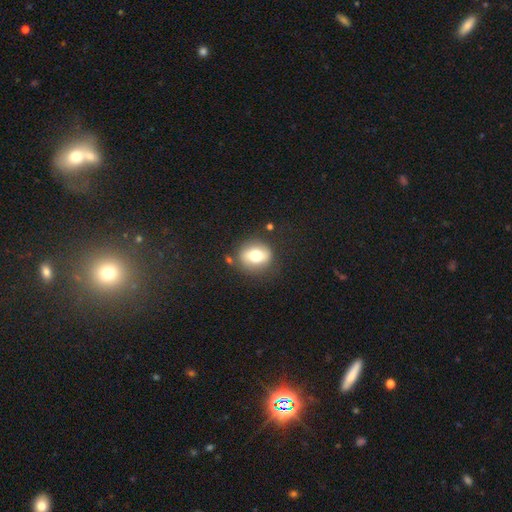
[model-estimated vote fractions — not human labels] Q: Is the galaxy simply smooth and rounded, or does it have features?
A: smooth — 67%.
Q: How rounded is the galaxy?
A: round — 72%.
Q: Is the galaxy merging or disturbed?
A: none — 79%.